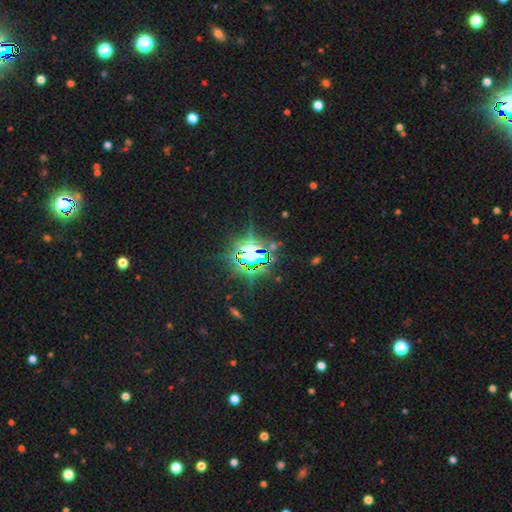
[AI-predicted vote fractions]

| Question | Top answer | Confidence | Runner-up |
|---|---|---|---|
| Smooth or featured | star or artifact | 80% | featured or disk (10%) |